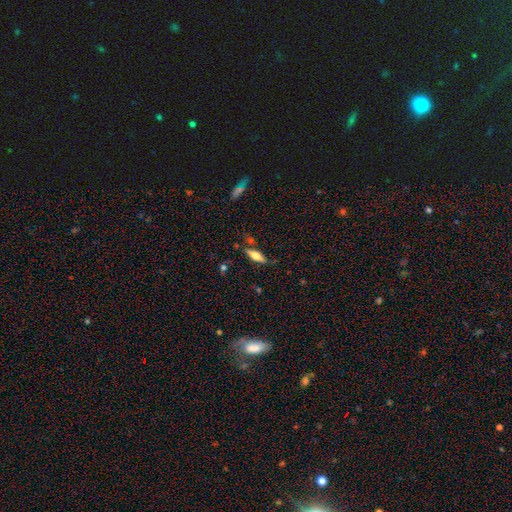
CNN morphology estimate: smooth-or-featured: featured or disk: 46% (tied) | smooth: 46% (tied) | star or artifact: 8%
  merging: none: 74% | minor disturbance: 16% | major disturbance: 5% | merger: 4%